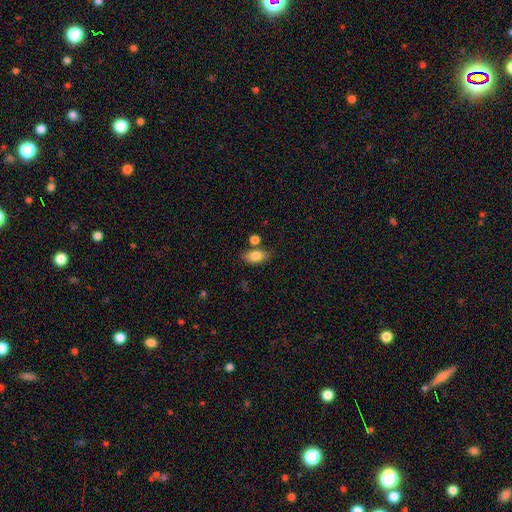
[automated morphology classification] smooth 83%, featured or disk 9%, star or artifact 8%. Down the decision tree: how rounded — in between (88%); merging — none (70%).